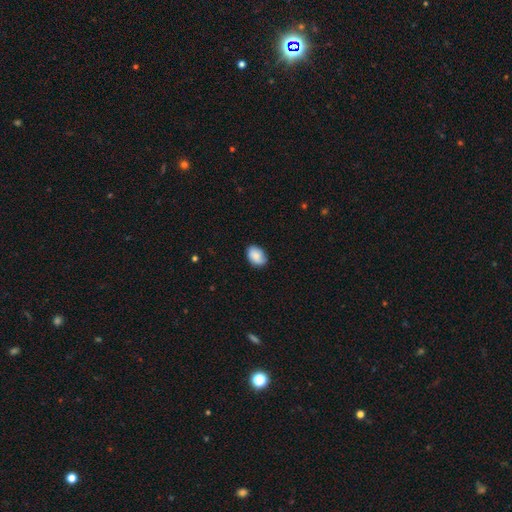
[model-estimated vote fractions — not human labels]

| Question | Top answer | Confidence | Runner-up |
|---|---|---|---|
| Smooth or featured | smooth | 78% | featured or disk (15%) |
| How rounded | in between | 81% | round (18%) |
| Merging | none | 77% | minor disturbance (19%) |